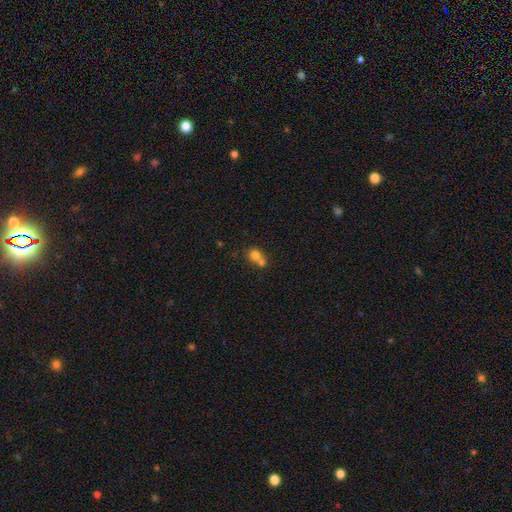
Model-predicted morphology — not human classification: Overall: smooth (75%). How rounded: round (76%). Merging: merger (61%; none 30%).